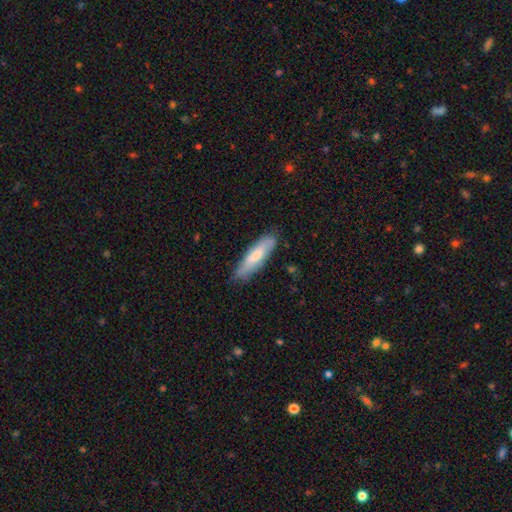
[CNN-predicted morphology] A smooth galaxy with no disk features (69%) that is cigar-shaped (66%). Merging: none (79%).